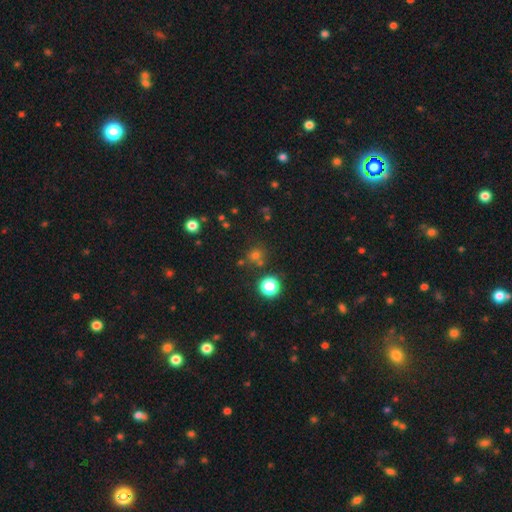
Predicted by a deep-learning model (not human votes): Smooth or featured?
  - smooth: 59% *
  - star or artifact: 33%
  - featured or disk: 7%
How rounded?
  - round: 89% *
  - in between: 10%
  - cigar-shaped: 1%
Merging?
  - none: 75% *
  - merger: 13%
  - minor disturbance: 9%
  - major disturbance: 4%